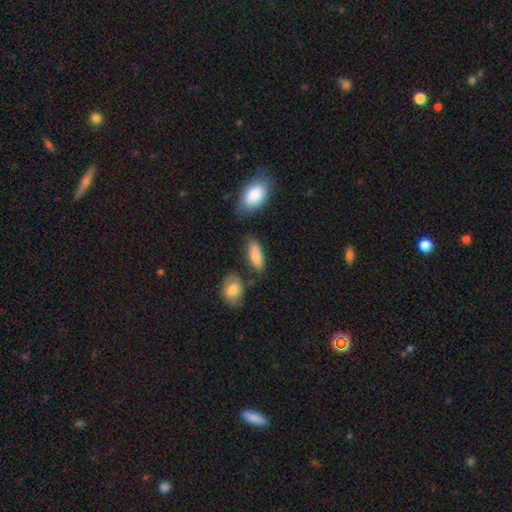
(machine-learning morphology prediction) Overall: smooth (84%). How rounded: in between (73%). Merging: none (70%).